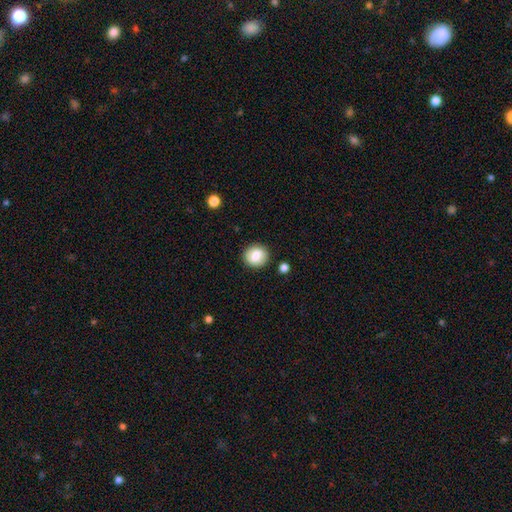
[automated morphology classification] A smooth galaxy with no disk features (71%) that is round (85%).

Vote fractions:
- Smooth or featured? smooth: 71% / featured or disk: 20% / star or artifact: 8%
- How rounded? round: 85% / in between: 14% / cigar-shaped: 1%
- Merging? none: 86% / minor disturbance: 9% / major disturbance: 3% / merger: 2%